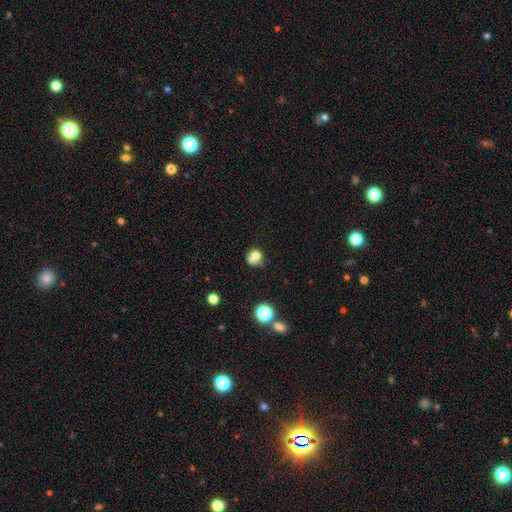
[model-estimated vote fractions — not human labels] Smooth or featured?
  - smooth: 70% *
  - featured or disk: 16%
  - star or artifact: 13%
How rounded?
  - round: 72% *
  - in between: 27%
  - cigar-shaped: 1%
Merging?
  - none: 38% *
  - merger: 33%
  - minor disturbance: 19%
  - major disturbance: 10%